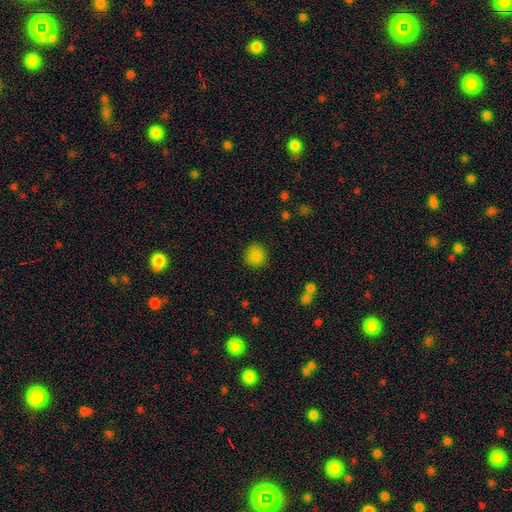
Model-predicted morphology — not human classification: Smooth or featured: smooth — 85% (star or artifact — 11%)
How rounded: round — 89% (in between — 10%)
Merging: none — 86% (minor disturbance — 9%)